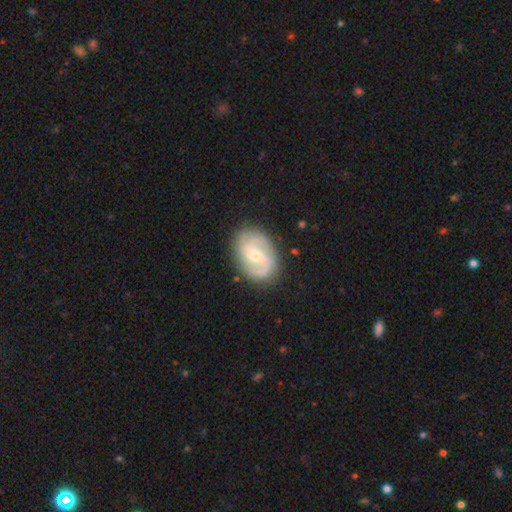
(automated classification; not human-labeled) This is clearly a featured or disk galaxy (84%). It is clearly not viewed edge-on (97%). Bar: possibly weak (49%). Spiral arm pattern: clearly yes (96%). Spiral arm count: likely 2 (74%). Spiral winding: possibly medium (48%). Central bulge: possibly small (50%). Merging: clearly none (83%).